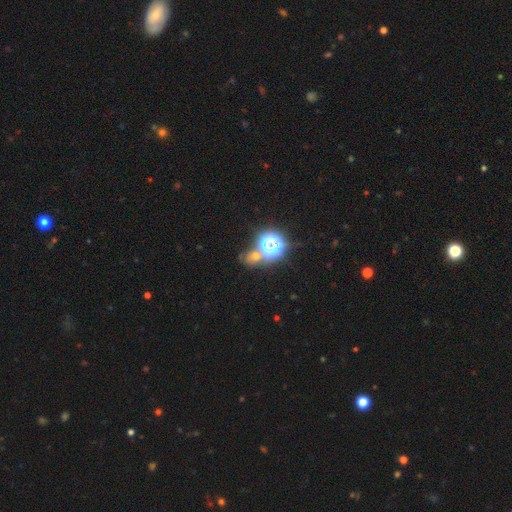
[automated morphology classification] star or artifact 50%, smooth 40%, featured or disk 10%.